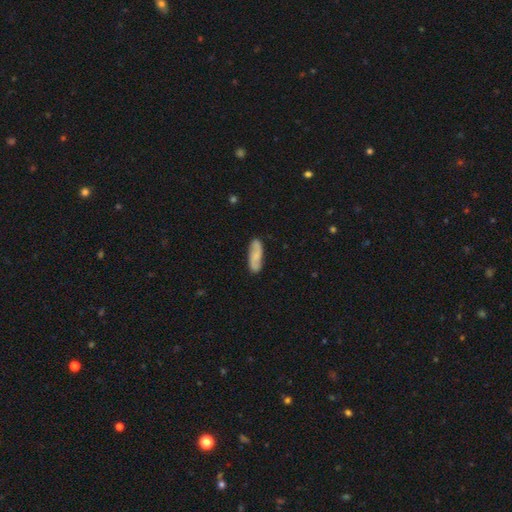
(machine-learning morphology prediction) Smooth or featured: smooth — 53% (featured or disk — 41%)
How rounded: in between — 60% (cigar-shaped — 38%)
Merging: none — 82% (minor disturbance — 13%)